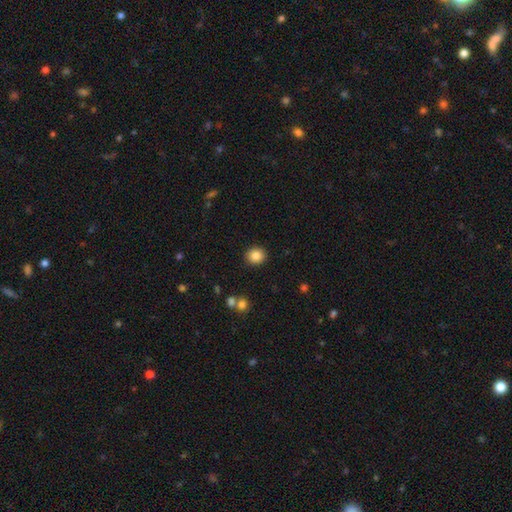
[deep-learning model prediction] Overall: smooth (85%). How rounded: round (82%). Merging: none (91%).